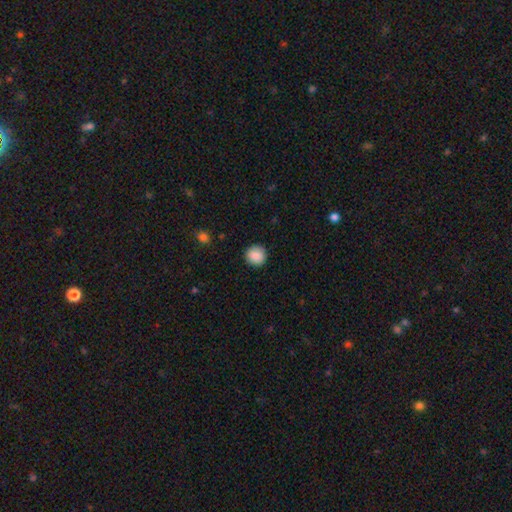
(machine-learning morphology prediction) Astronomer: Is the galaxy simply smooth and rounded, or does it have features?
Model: smooth — 88%.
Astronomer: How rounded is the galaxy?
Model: round — 93%.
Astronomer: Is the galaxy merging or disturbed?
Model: none — 91%.